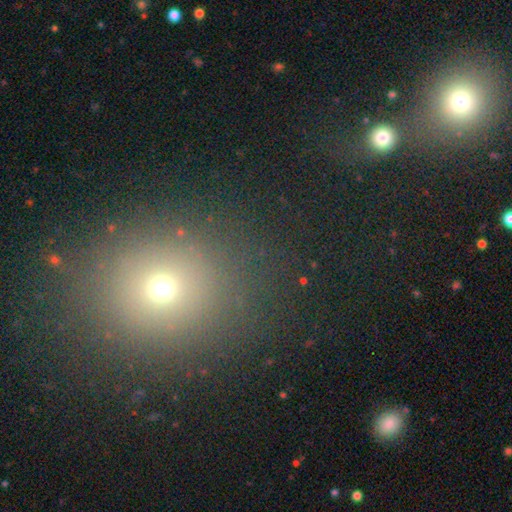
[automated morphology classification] This appears to be a smooth galaxy with no disk features (57%) that is round (75%). Merging: none (77%).